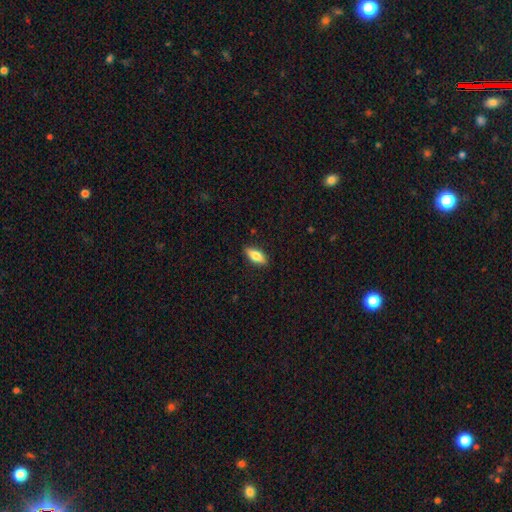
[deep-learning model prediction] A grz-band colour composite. It shows a smooth galaxy with no disk features (75%) that is in between round and cigar-shaped (71%). Merging: none (88%).